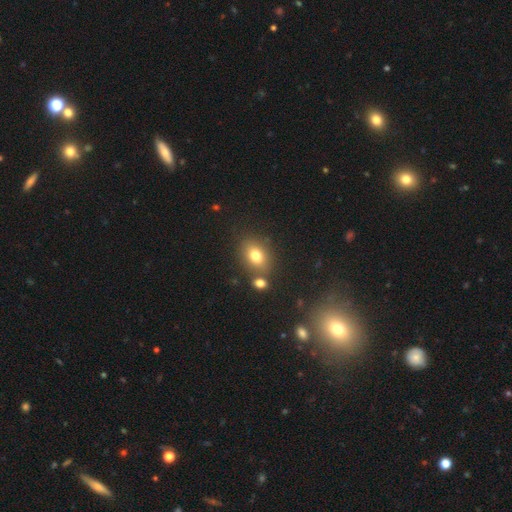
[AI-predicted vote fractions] Smooth or featured: smooth — 77% (star or artifact — 12%)
How rounded: in between — 61% (round — 38%)
Merging: none — 72% (merger — 13%)